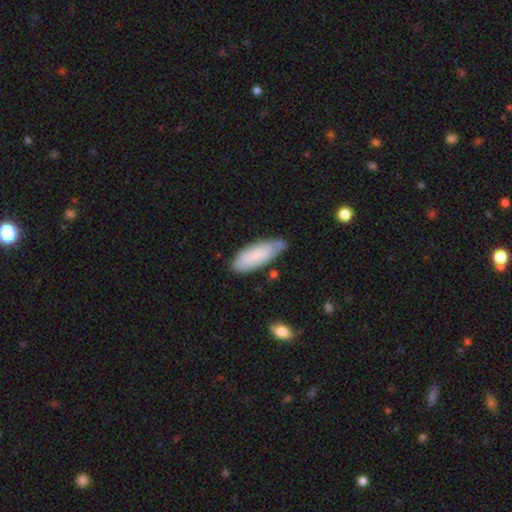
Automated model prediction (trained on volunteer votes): A smooth galaxy with no disk features (75%) that is in between round and cigar-shaped (69%). Merging: none (67%).